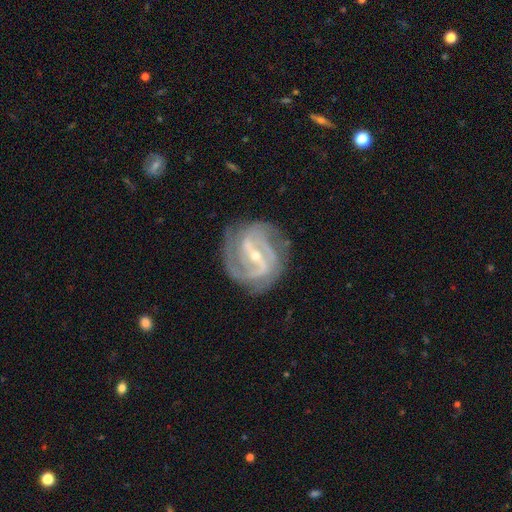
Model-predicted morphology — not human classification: smooth_or_featured: featured or disk (p=0.91) [alt: star or artifact p=0.05]
disk_edge_on: no (p=0.96) [alt: yes p=0.04]
bar: strong (p=0.60) [alt: weak p=0.30]
has_spiral_arms: yes (p=0.97) [alt: no p=0.03]
spiral_winding: medium (p=0.47) [alt: tight p=0.40]
spiral_arm_count: 2 (p=0.54) [alt: 3 p=0.22]
bulge_size: small (p=0.67) [alt: moderate p=0.31]
merging: none (p=0.75) [alt: minor disturbance p=0.16]